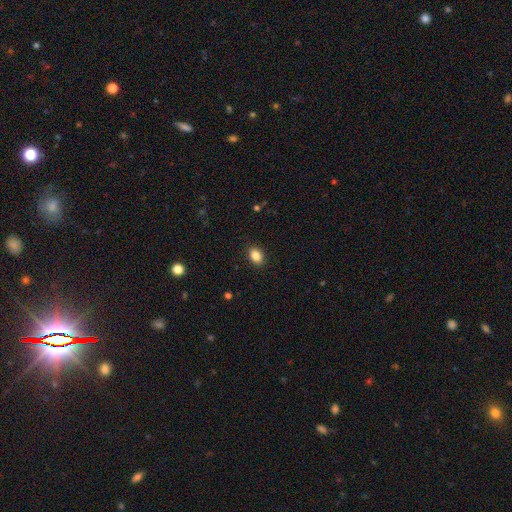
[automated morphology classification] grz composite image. It shows a smooth galaxy with no disk features (86%) that is in between round and cigar-shaped (78%). Merging: none (89%).